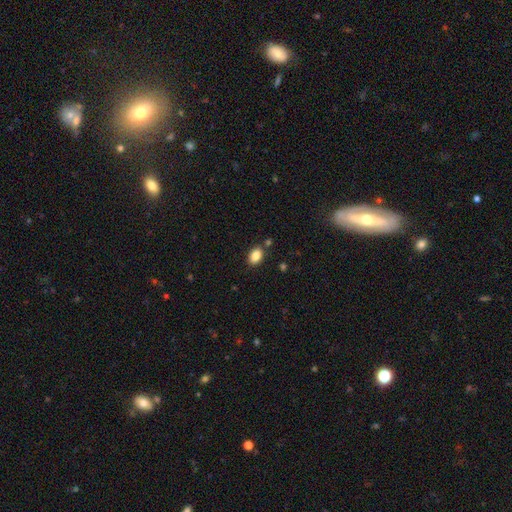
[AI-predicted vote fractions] smooth-or-featured: smooth: 86% | star or artifact: 9% | featured or disk: 6%
  how-rounded: in between: 86% | round: 13% | cigar-shaped: 1%
  merging: none: 82% | minor disturbance: 10% | merger: 5% | major disturbance: 3%